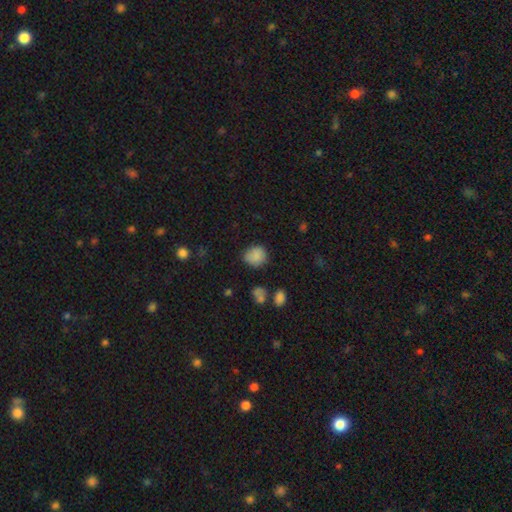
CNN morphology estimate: Q: Smooth or featured?
A: smooth (84%); runner-up: star or artifact (10%)
Q: How rounded?
A: round (75%); runner-up: in between (24%)
Q: Merging?
A: none (71%); runner-up: minor disturbance (22%)